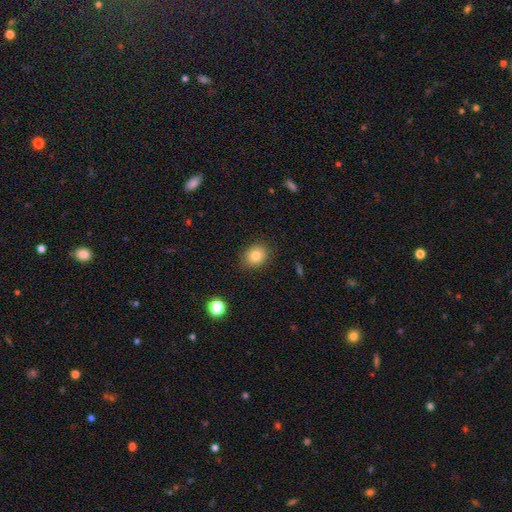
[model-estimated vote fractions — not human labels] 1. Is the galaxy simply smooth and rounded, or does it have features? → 81% smooth, 11% star or artifact, 9% featured or disk.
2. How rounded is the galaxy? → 64% round, 35% in between, 1% cigar-shaped.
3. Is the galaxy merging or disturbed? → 87% none, 10% minor disturbance, 3% major disturbance, 1% merger.